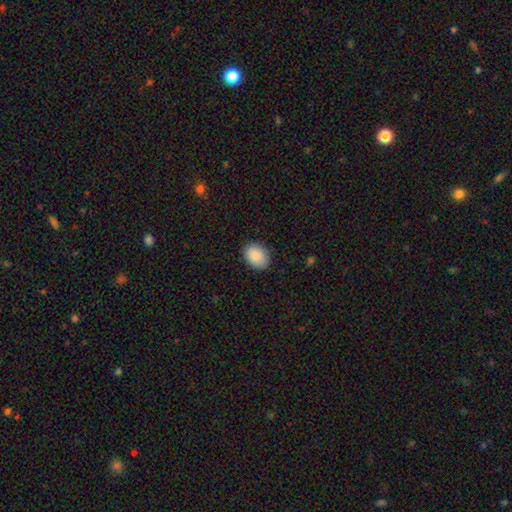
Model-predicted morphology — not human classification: smooth-or-featured: smooth: 89% | star or artifact: 7% | featured or disk: 4%
  how-rounded: in between: 63% | round: 36% | cigar-shaped: 1%
  merging: none: 87% | minor disturbance: 10% | major disturbance: 2% | merger: 1%